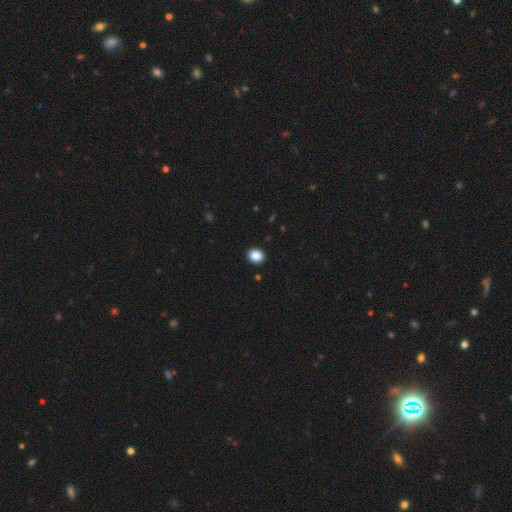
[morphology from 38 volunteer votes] This is clearly a smooth galaxy (92%). How rounded: clearly round (80%). Merging: clearly none (94%).